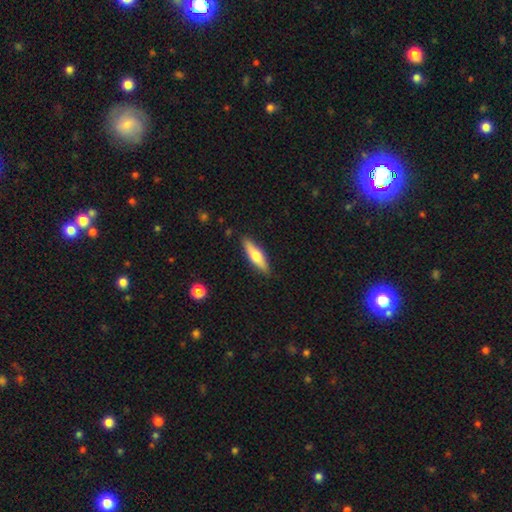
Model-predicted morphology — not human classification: The model was most divided on "smooth or featured": smooth: 57%, featured or disk: 37%, star or artifact: 6%. More confident: merging — none (87%); how rounded — cigar-shaped (67%).